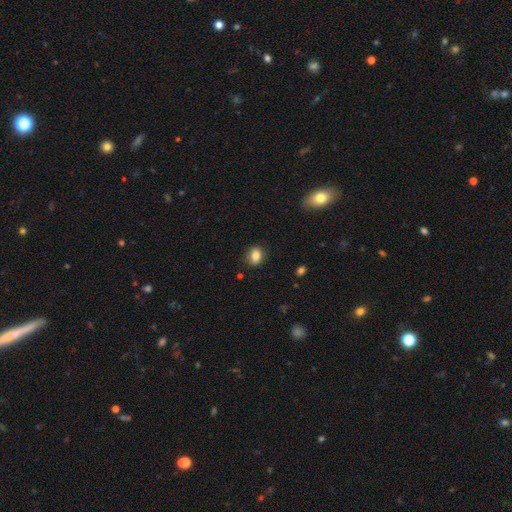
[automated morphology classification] smooth-or-featured: smooth: 82% | star or artifact: 10% | featured or disk: 8%
  how-rounded: in between: 51% | round: 48% | cigar-shaped: 1%
  merging: none: 84% | minor disturbance: 12% | major disturbance: 3% | merger: 1%